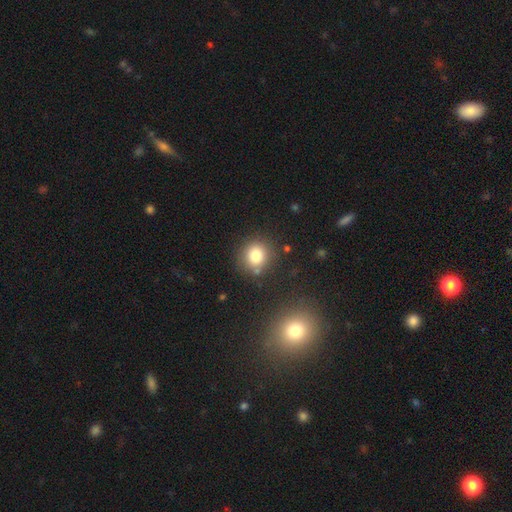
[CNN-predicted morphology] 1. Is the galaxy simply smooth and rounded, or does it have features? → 80% smooth, 12% star or artifact, 8% featured or disk.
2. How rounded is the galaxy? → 86% round, 13% in between, 1% cigar-shaped.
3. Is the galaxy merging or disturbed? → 81% none, 10% minor disturbance, 6% merger, 3% major disturbance.